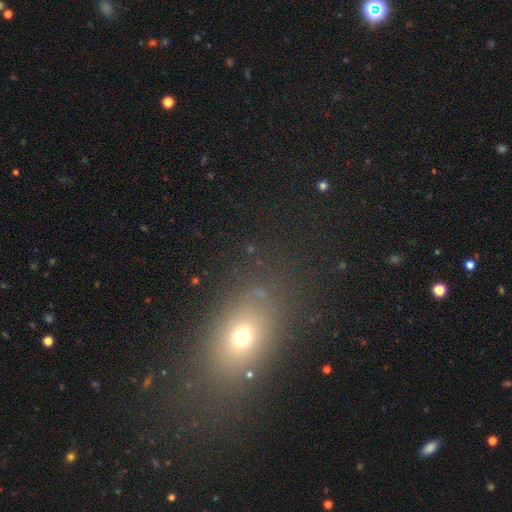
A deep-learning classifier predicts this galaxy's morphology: type=smooth (58%); roundness=in between (62%); merging=none (82%).